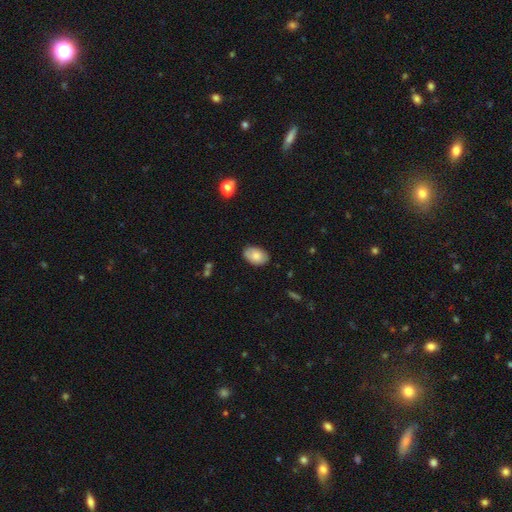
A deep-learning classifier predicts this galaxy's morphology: Smooth or featured?
  - smooth: 80% *
  - featured or disk: 13%
  - star or artifact: 7%
How rounded?
  - in between: 92% *
  - round: 7%
  - cigar-shaped: 1%
Merging?
  - none: 81% *
  - minor disturbance: 15%
  - major disturbance: 3%
  - merger: 1%